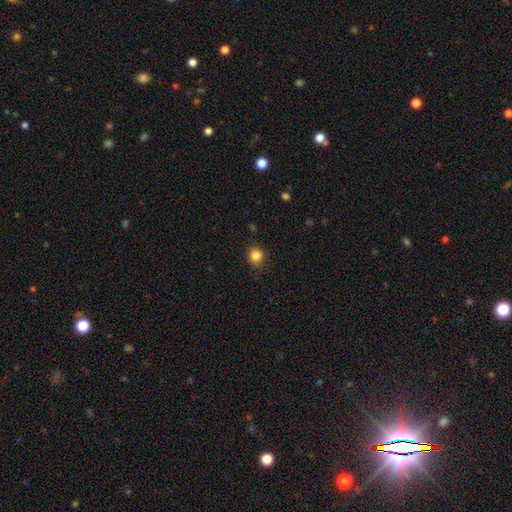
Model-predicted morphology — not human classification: This appears to be a smooth galaxy with no disk features (84%) that is round (83%). Merging: none (87%).